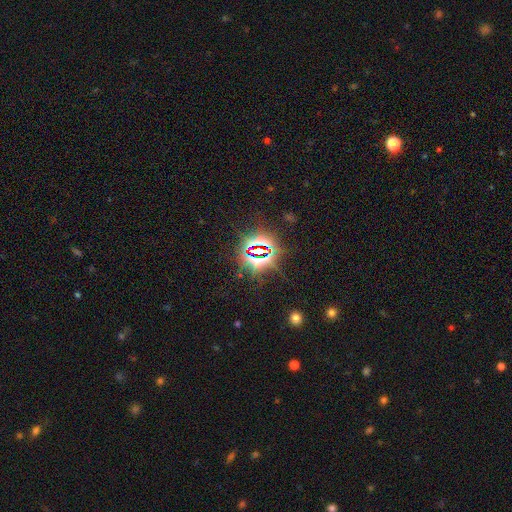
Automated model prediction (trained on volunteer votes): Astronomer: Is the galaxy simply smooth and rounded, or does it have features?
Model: star or artifact — 83%.